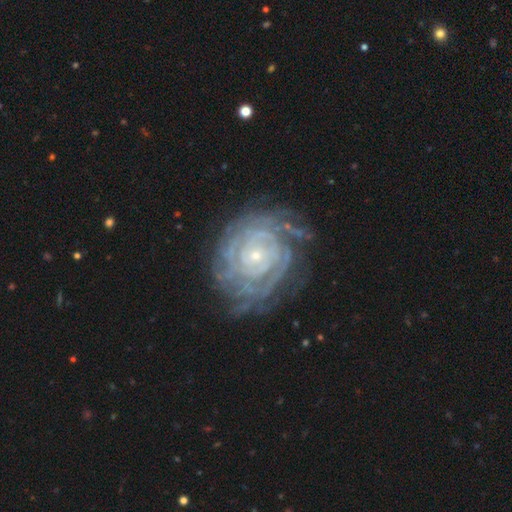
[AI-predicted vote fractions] Smooth or featured: featured or disk — 88% (smooth — 6%)
Edge-on disk: no — 97% (yes — 3%)
Bar: no — 76% (weak — 17%)
Spiral arms: yes — 96% (no — 4%)
Spiral winding: tight — 86% (medium — 12%)
Spiral arm count: can't tell — 31% (more than 4 — 18%)
Bulge size: small — 82% (moderate — 14%)
Merging: none — 70% (minor disturbance — 19%)